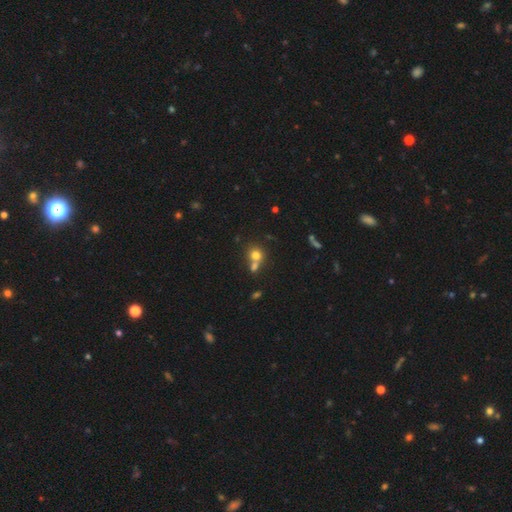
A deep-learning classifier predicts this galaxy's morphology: Overall: smooth (74%). How rounded: round (84%). Merging: merger (46%; none 43%).